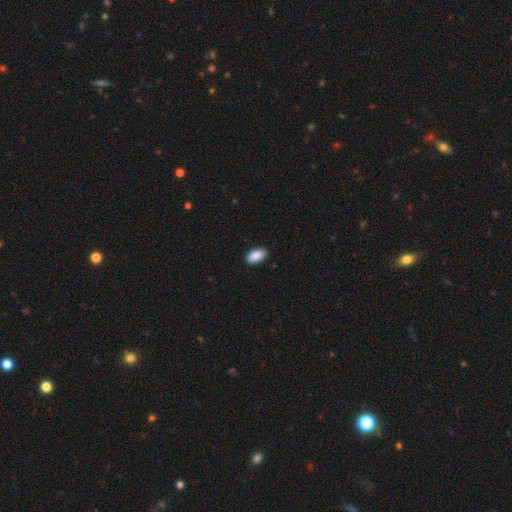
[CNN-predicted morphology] A smooth galaxy with no disk features (90%) that is in between round and cigar-shaped (95%). Merging: none (88%).